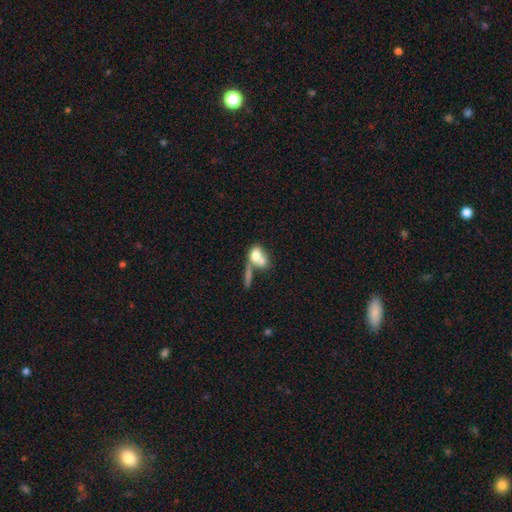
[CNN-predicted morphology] type=smooth (66%); roundness=in between (66%); merging=merger (58%).